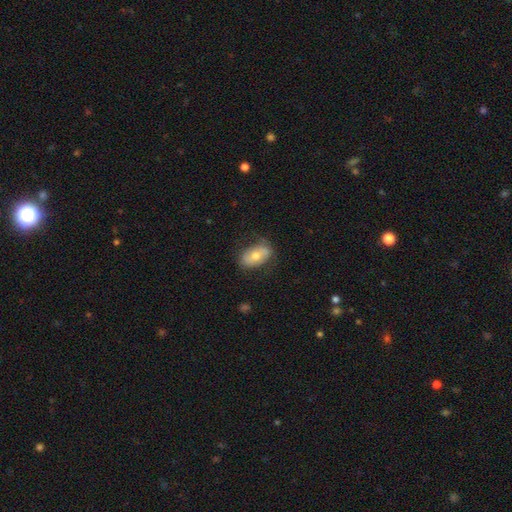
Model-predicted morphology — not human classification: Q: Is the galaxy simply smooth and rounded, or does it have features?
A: smooth — 61%.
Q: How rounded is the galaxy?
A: in between — 90%.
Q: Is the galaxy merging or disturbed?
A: none — 72%.